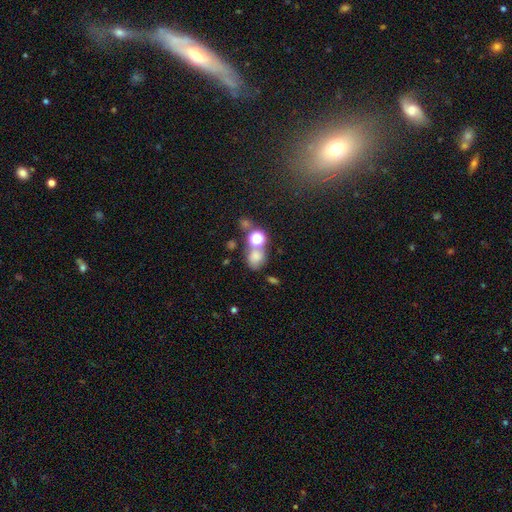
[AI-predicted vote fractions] Smooth or featured?
  - smooth: 65% *
  - star or artifact: 22%
  - featured or disk: 13%
How rounded?
  - round: 57% *
  - in between: 42%
  - cigar-shaped: 1%
Merging?
  - none: 44% *
  - merger: 33%
  - minor disturbance: 14%
  - major disturbance: 9%